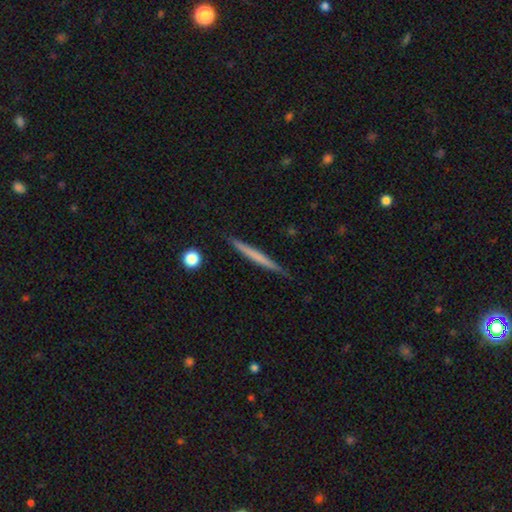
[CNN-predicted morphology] This is possibly a smooth galaxy (56%). How rounded: clearly cigar-shaped (97%). Merging: clearly none (89%).